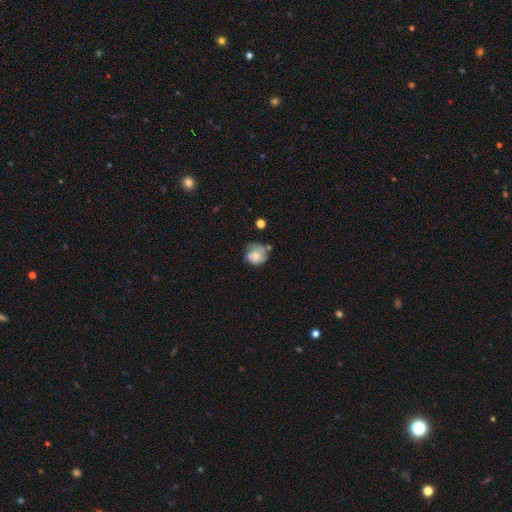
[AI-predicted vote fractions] A smooth galaxy with no disk features (64%) that is round (76%).

Vote fractions:
- Smooth or featured? smooth: 64% / featured or disk: 27% / star or artifact: 9%
- How rounded? round: 76% / in between: 23% / cigar-shaped: 1%
- Merging? none: 45% / minor disturbance: 32% / major disturbance: 15% / merger: 9%